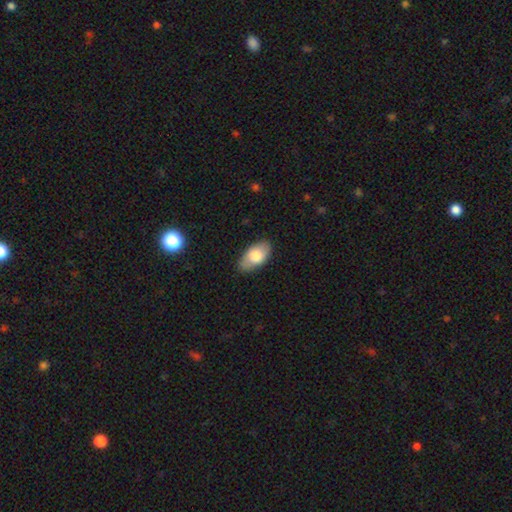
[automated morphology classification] Smooth or featured? smooth (76%)
How rounded? in between (94%)
Merging? none (82%)